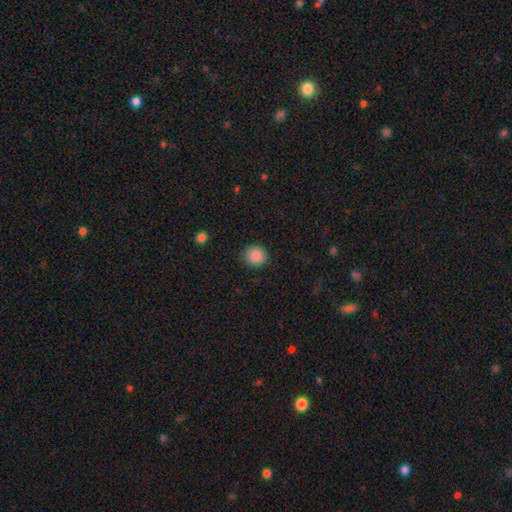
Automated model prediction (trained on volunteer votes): Smooth or featured? smooth (88%)
How rounded? round (87%)
Merging? none (87%)